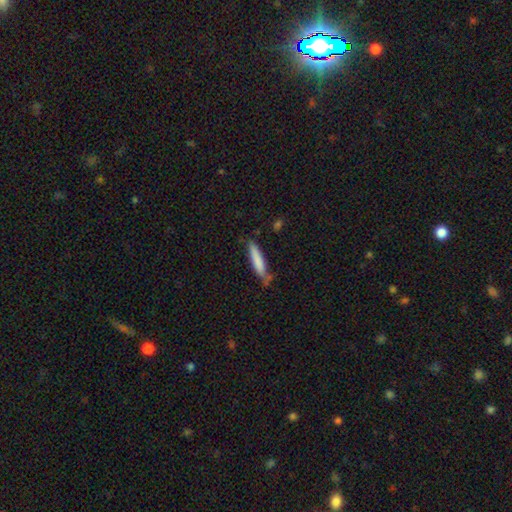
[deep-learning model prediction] A smooth galaxy with no disk features (77%) that is cigar-shaped (89%).

Vote fractions:
- Smooth or featured? smooth: 77% / featured or disk: 17% / star or artifact: 6%
- How rounded? cigar-shaped: 89% / in between: 10% / round: 1%
- Merging? none: 69% / minor disturbance: 22% / major disturbance: 4% / merger: 4%